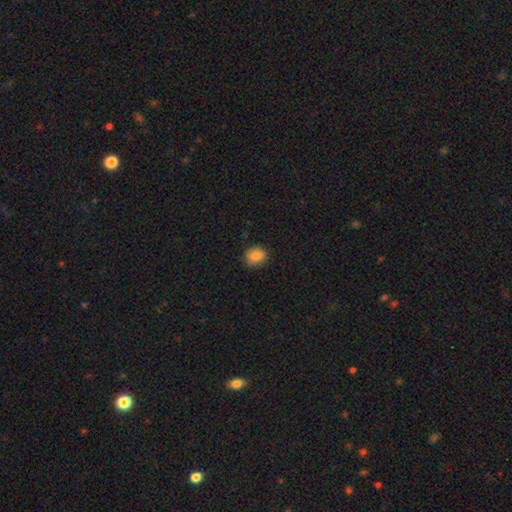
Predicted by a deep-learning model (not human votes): Smooth or featured: smooth — 85% (star or artifact — 9%)
How rounded: round — 68% (in between — 31%)
Merging: none — 82% (minor disturbance — 14%)